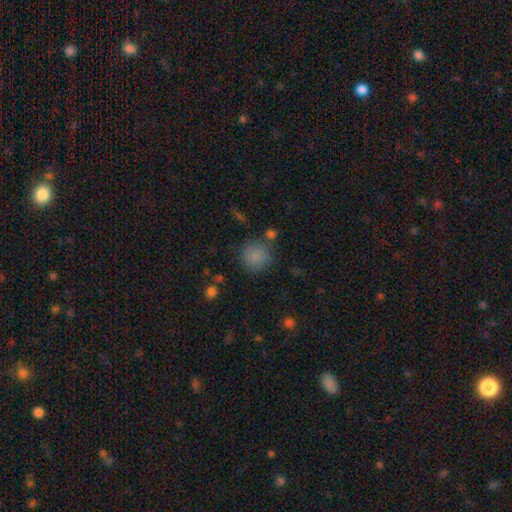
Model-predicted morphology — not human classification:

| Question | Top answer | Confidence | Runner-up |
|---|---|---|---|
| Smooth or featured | smooth | 82% | star or artifact (11%) |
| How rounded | round | 90% | in between (9%) |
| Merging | none | 74% | minor disturbance (14%) |